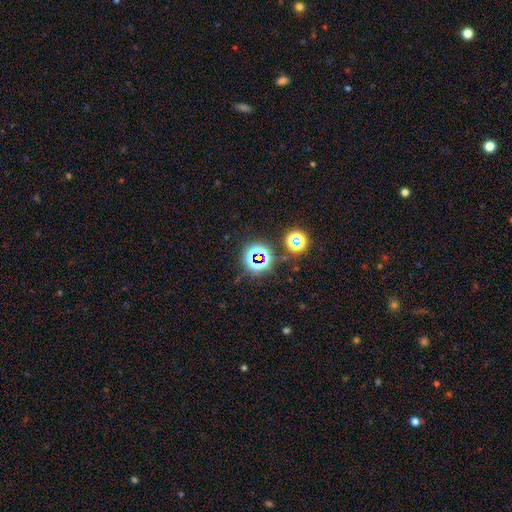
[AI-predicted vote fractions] Smooth or featured: star or artifact — 69% (smooth — 22%)